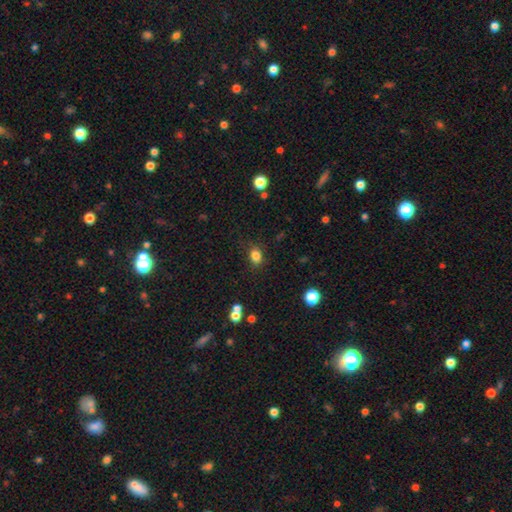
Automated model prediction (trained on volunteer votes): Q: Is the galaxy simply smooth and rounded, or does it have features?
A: smooth — 83%.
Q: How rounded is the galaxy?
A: in between — 65%.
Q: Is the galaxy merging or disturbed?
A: none — 83%.